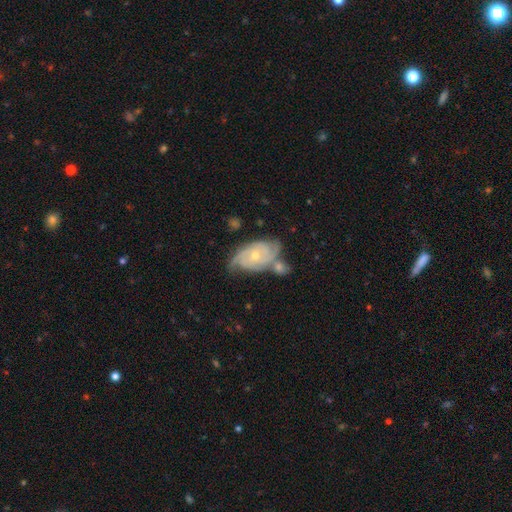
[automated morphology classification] Q: Smooth or featured?
A: featured or disk (84%); runner-up: smooth (10%)
Q: Edge-on disk?
A: no (96%); runner-up: yes (4%)
Q: Bar?
A: no (71%); runner-up: weak (24%)
Q: Spiral arms?
A: yes (96%); runner-up: no (4%)
Q: Spiral winding?
A: tight (59%); runner-up: medium (32%)
Q: Spiral arm count?
A: 3 (33%); runner-up: 2 (28%)
Q: Bulge size?
A: small (57%); runner-up: moderate (40%)
Q: Merging?
A: none (52%); runner-up: merger (20%)